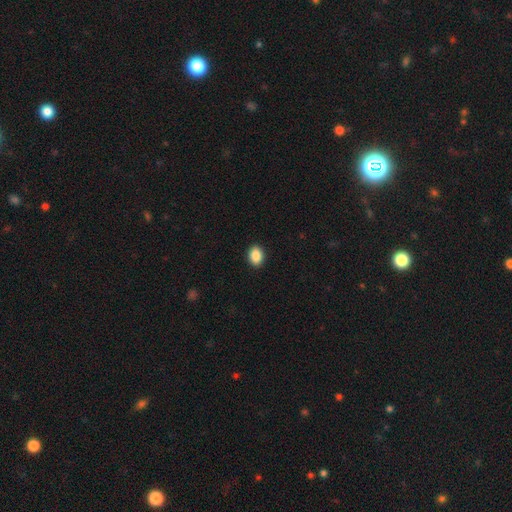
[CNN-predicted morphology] Smooth or featured? Predicted: smooth (p=0.89). How rounded? Predicted: in between (p=0.71). Merging? Predicted: none (p=0.91).